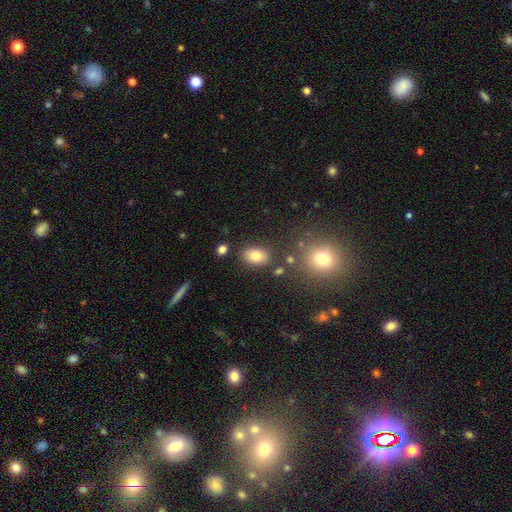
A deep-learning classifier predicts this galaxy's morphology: This is likely a smooth galaxy (78%). How rounded: clearly in between (80%). Merging: clearly none (83%).